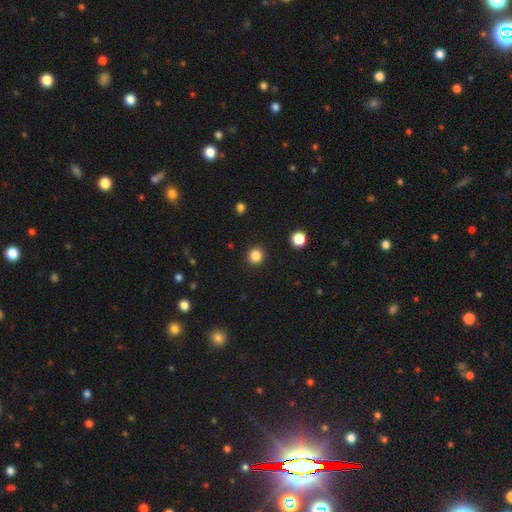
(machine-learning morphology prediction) Smooth or featured? Predicted: smooth (p=0.85). How rounded? Predicted: round (p=0.94). Merging? Predicted: none (p=0.92).